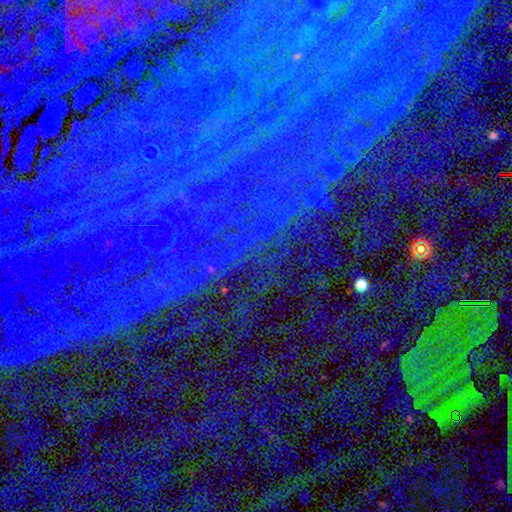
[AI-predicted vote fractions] Smooth or featured: star or artifact — 86% (featured or disk — 8%)